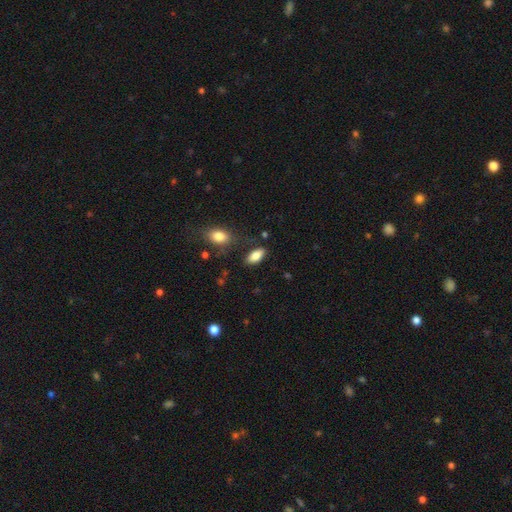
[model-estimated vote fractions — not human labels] The model was most divided on "merging": none: 79%, minor disturbance: 14%, merger: 4%, major disturbance: 4%. More confident: how rounded — in between (89%); smooth or featured — smooth (84%).